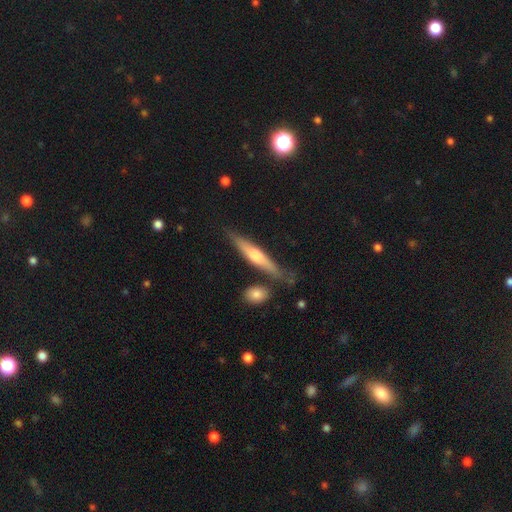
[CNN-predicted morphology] smooth_or_featured: featured or disk (p=0.49) [alt: smooth p=0.45]
merging: none (p=0.74) [alt: minor disturbance p=0.16]